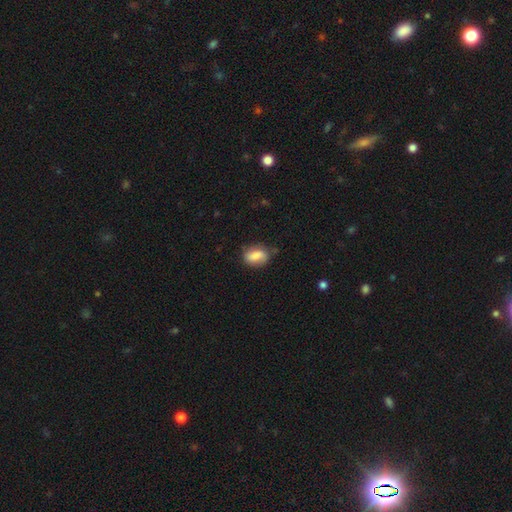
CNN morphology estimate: A smooth galaxy with no disk features (76%) that is in between round and cigar-shaped (80%).

Vote fractions:
- Smooth or featured? smooth: 76% / featured or disk: 17% / star or artifact: 8%
- How rounded? in between: 80% / round: 17% / cigar-shaped: 3%
- Merging? none: 67% / minor disturbance: 25% / major disturbance: 6% / merger: 3%